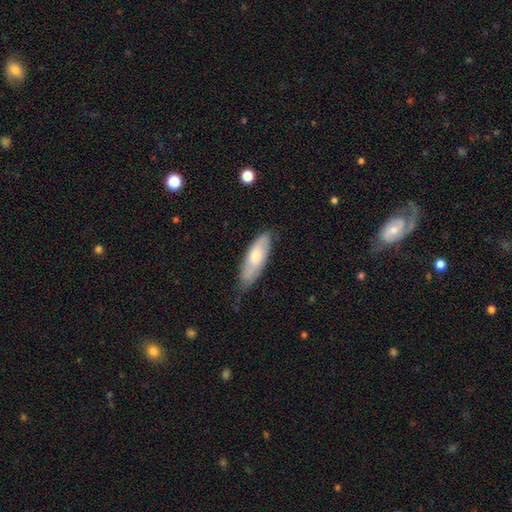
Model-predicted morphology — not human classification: Smooth or featured?
  - smooth: 57% *
  - featured or disk: 36%
  - star or artifact: 6%
How rounded?
  - in between: 59% *
  - cigar-shaped: 39%
  - round: 2%
Merging?
  - none: 65% *
  - minor disturbance: 28%
  - major disturbance: 5%
  - merger: 2%